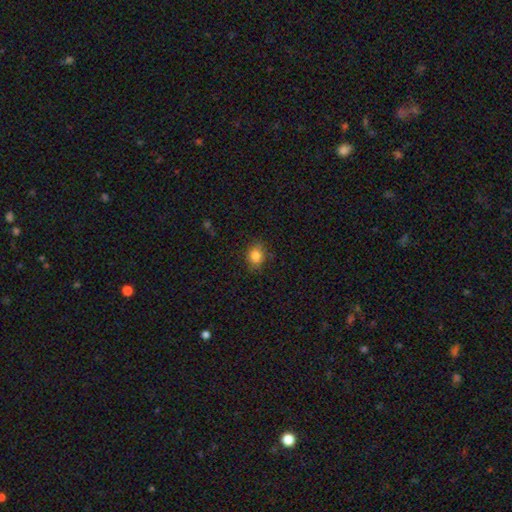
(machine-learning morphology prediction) A smooth galaxy with no disk features (83%) that is round (59%).

Vote fractions:
- Smooth or featured? smooth: 83% / star or artifact: 10% / featured or disk: 6%
- How rounded? round: 59% / in between: 40% / cigar-shaped: 1%
- Merging? none: 80% / minor disturbance: 15% / major disturbance: 4% / merger: 1%